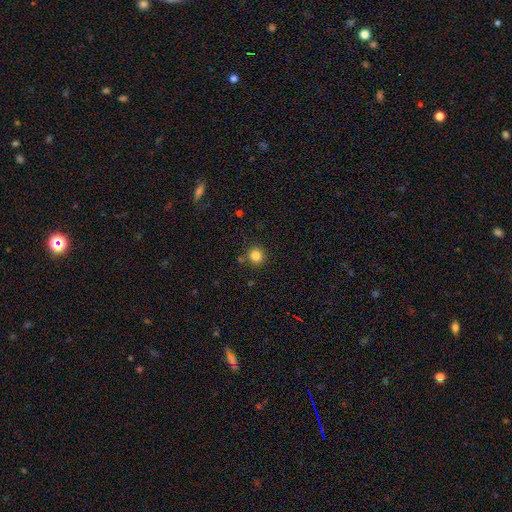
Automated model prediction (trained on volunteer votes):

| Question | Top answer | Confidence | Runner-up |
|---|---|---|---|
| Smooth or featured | smooth | 83% | star or artifact (12%) |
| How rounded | round | 94% | in between (5%) |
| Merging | none | 86% | minor disturbance (7%) |